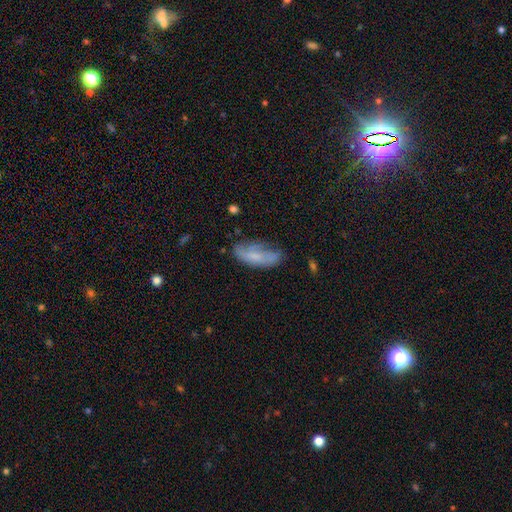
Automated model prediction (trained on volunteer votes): Overall: smooth (56%; featured or disk 35%). How rounded: in between (78%). Merging: none (49%; minor disturbance 33%).